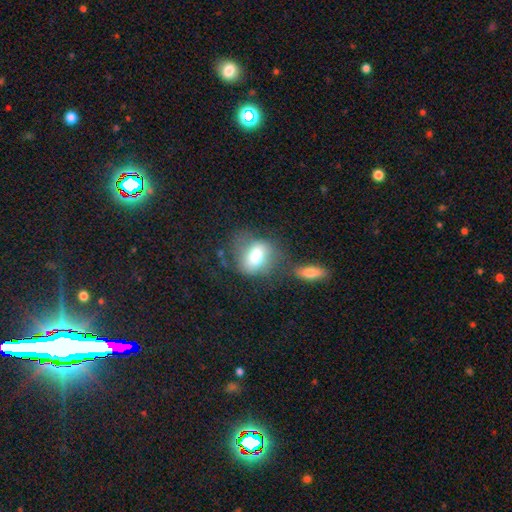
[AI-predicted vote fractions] Morphology: type=smooth (70%); roundness=in between (59%); merging=none (47%).